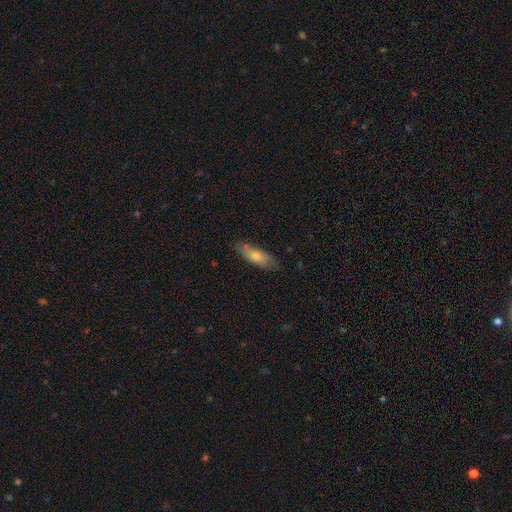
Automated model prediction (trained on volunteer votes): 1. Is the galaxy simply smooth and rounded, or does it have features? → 66% smooth, 27% featured or disk, 7% star or artifact.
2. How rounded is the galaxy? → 57% in between, 41% cigar-shaped, 2% round.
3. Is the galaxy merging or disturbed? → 81% none, 15% minor disturbance, 3% major disturbance, 1% merger.